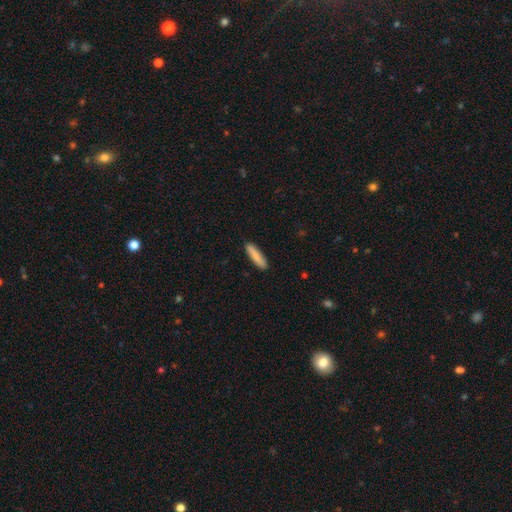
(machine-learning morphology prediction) Smooth or featured? Predicted: smooth (p=0.85). How rounded? Predicted: cigar-shaped (p=0.79). Merging? Predicted: none (p=0.89).